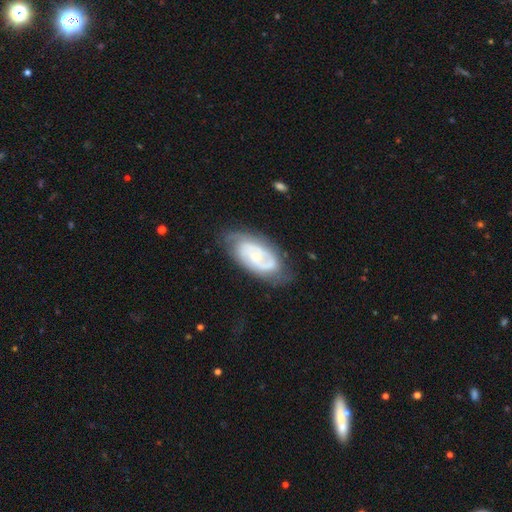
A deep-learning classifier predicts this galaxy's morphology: This appears to be a featured or disk galaxy (78%) with no bar (64%), 2 (58%) tight (55%) spiral arms (90%) and a small central bulge (66%). Merging: none (73%).